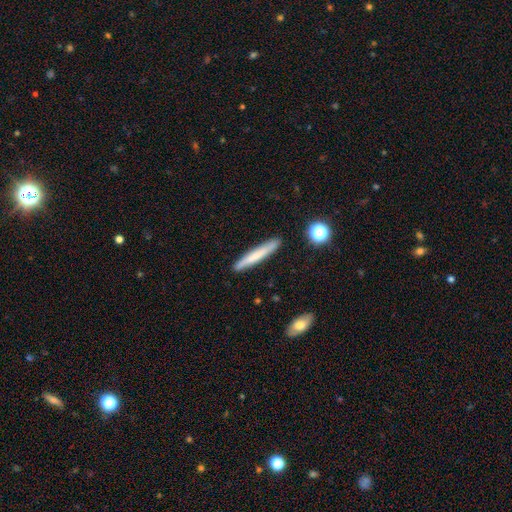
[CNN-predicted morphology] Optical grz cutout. It shows a smooth galaxy with no disk features (66%) that is cigar-shaped (95%). Merging: none (89%).